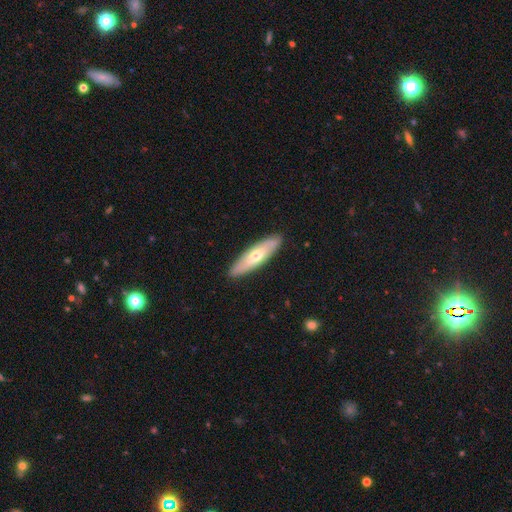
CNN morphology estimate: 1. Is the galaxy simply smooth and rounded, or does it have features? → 48% featured or disk (tied), 48% smooth (tied), 5% star or artifact.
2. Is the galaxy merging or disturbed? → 89% none, 8% minor disturbance, 2% major disturbance, 1% merger.